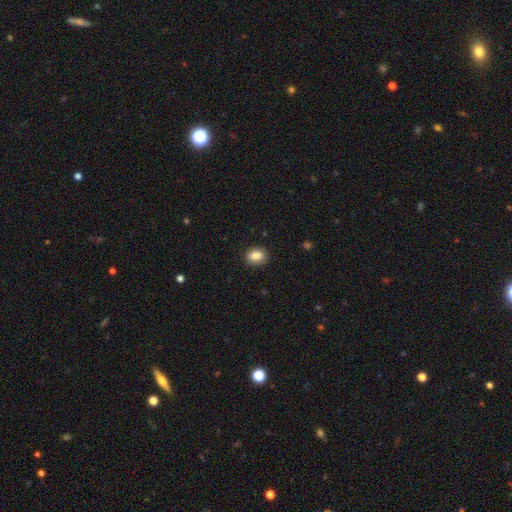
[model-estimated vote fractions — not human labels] smooth 86%, star or artifact 8%, featured or disk 5%. Down the decision tree: how rounded — in between (66%); merging — none (86%).